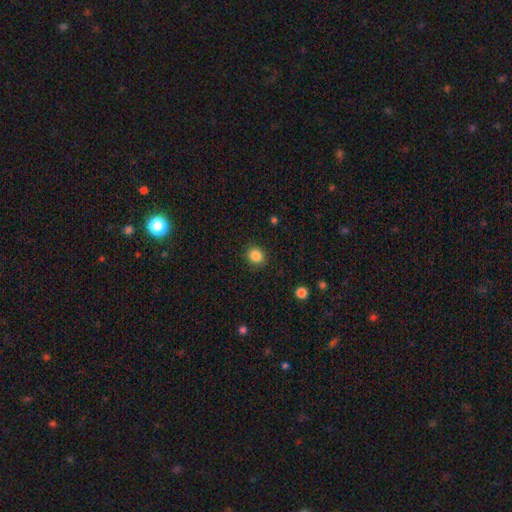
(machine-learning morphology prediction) Smooth or featured: smooth — 85% (star or artifact — 10%)
How rounded: round — 79% (in between — 20%)
Merging: none — 90% (minor disturbance — 7%)